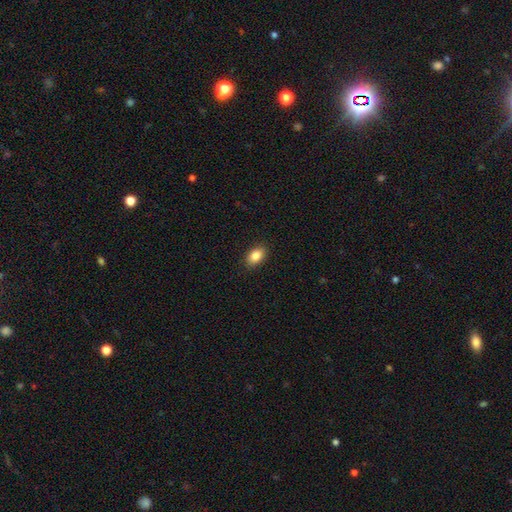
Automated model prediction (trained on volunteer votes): Smooth or featured? smooth (86%)
How rounded? in between (86%)
Merging? none (89%)